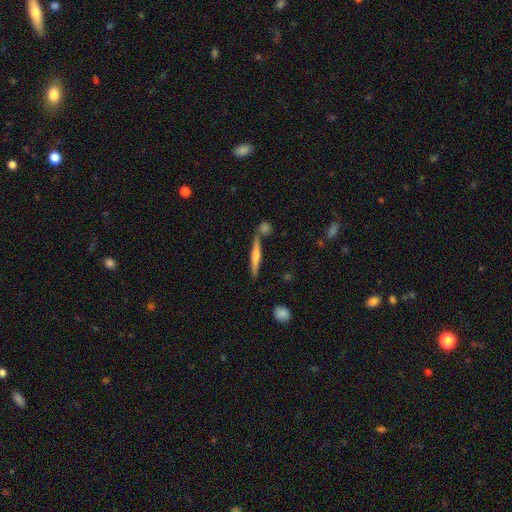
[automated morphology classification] This is possibly a featured or disk galaxy (48%). Merging: likely none (75%).